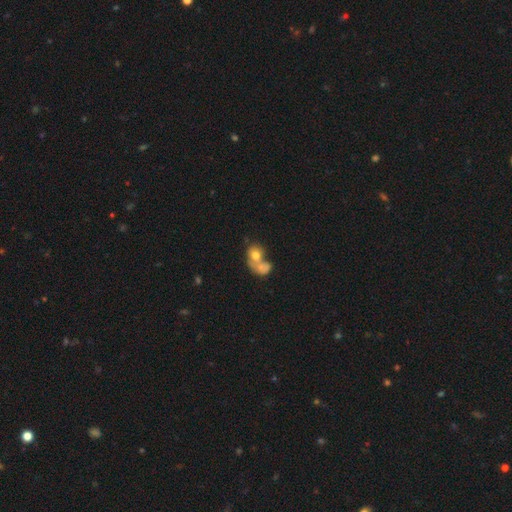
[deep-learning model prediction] smooth_or_featured: smooth (p=0.61) [alt: featured or disk p=0.27]
how_rounded: round (p=0.53) [alt: in between p=0.45]
merging: merger (p=0.67) [alt: none p=0.19]